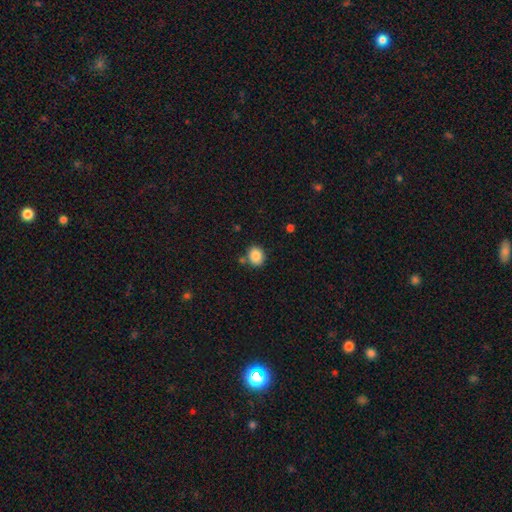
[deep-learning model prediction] smooth-or-featured: smooth: 87% | star or artifact: 9% | featured or disk: 4%
  how-rounded: round: 60% | in between: 40% | cigar-shaped: 1%
  merging: none: 78% | minor disturbance: 12% | merger: 7% | major disturbance: 3%